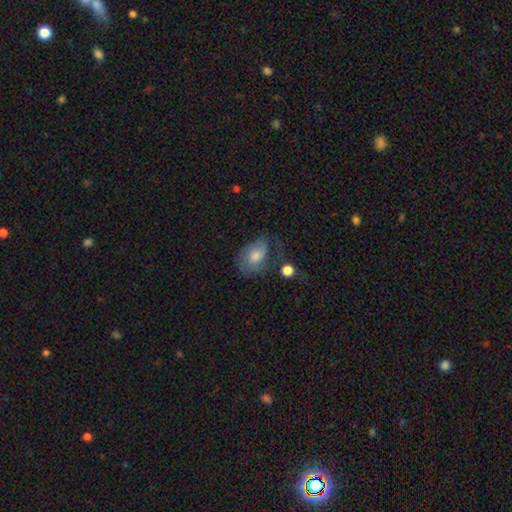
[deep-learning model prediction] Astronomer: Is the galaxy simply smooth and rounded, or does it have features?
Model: featured or disk — 49% (runner-up: smooth, 41%).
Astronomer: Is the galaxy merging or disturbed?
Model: none — 45% (runner-up: minor disturbance, 26%).